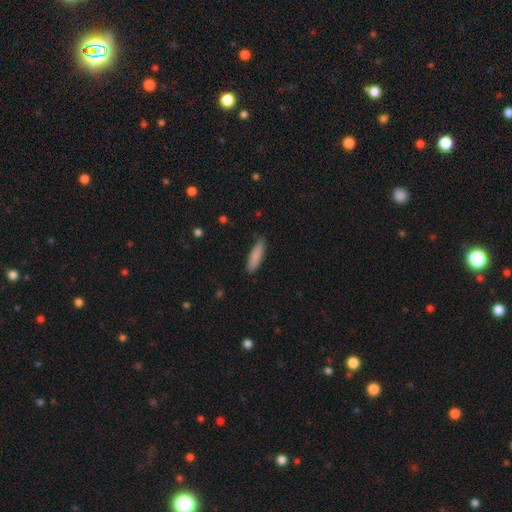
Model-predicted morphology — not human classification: smooth_or_featured: smooth (p=0.86) [alt: featured or disk p=0.08]
how_rounded: cigar-shaped (p=0.72) [alt: in between p=0.26]
merging: none (p=0.86) [alt: minor disturbance p=0.11]